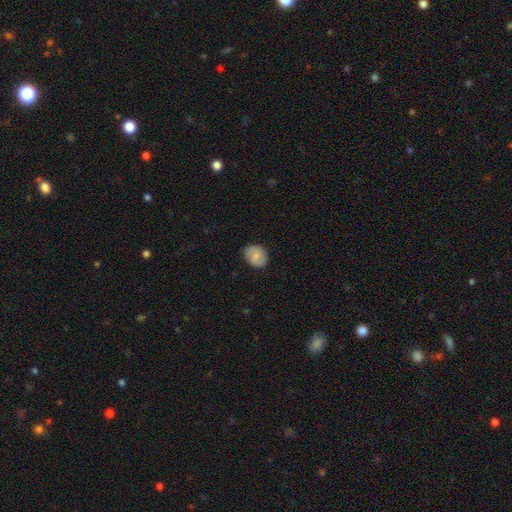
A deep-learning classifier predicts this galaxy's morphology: This is likely a smooth galaxy (65%). How rounded: possibly round (53%). Merging: clearly none (84%).